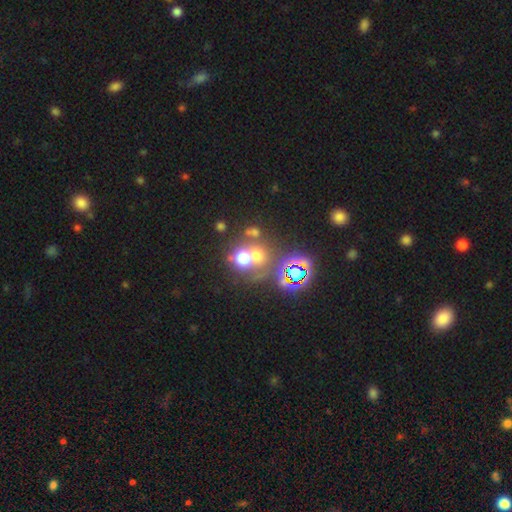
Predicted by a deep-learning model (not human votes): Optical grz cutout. It shows a smooth galaxy with no disk features (52%) that is round (83%). Merging: none (52%).